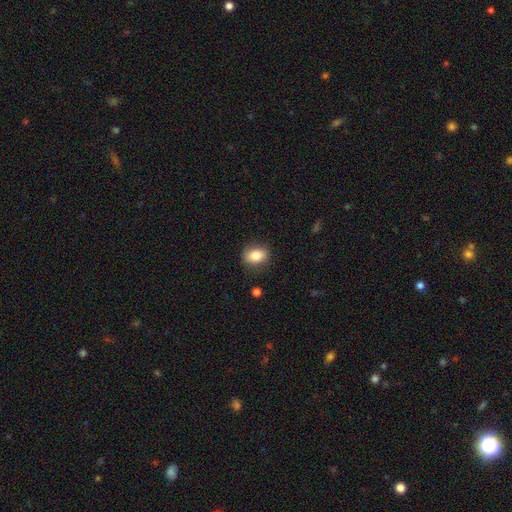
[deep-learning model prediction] smooth-or-featured: smooth: 82% | featured or disk: 10% | star or artifact: 9%
  how-rounded: in between: 67% | round: 32% | cigar-shaped: 2%
  merging: none: 83% | minor disturbance: 12% | major disturbance: 3% | merger: 1%